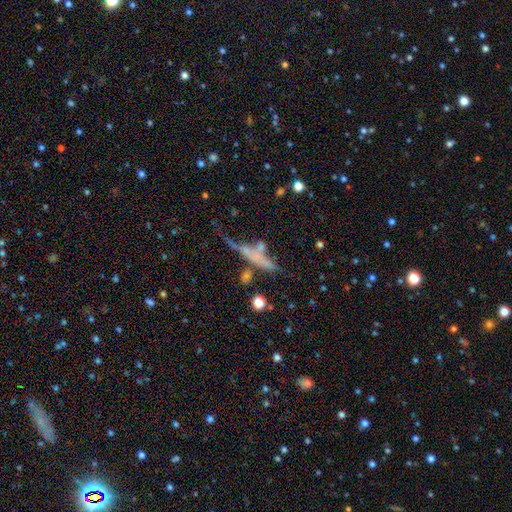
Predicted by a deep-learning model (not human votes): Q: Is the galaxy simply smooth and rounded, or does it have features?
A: smooth — 44%.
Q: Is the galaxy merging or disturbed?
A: none — 39%.